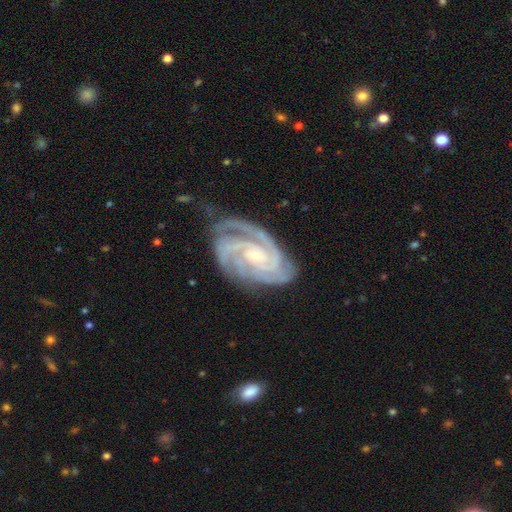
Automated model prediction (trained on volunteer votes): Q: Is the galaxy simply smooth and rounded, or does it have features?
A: featured or disk — 93%.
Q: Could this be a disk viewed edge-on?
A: no — 98%.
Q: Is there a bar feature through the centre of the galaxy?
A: no — 60%.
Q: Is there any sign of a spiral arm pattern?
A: yes — 99%.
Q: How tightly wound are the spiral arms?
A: tight — 74%.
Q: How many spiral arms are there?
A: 3 — 43%.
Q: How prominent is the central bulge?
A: small — 72%.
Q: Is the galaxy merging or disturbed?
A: none — 71%.